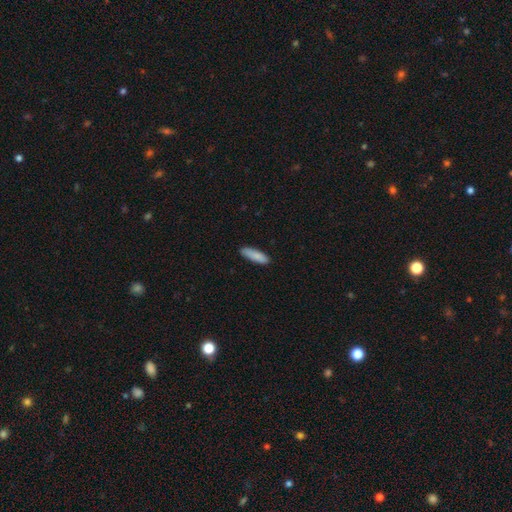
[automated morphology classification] Smooth or featured? Predicted: smooth (p=0.86). How rounded? Predicted: cigar-shaped (p=0.58). Merging? Predicted: none (p=0.87).